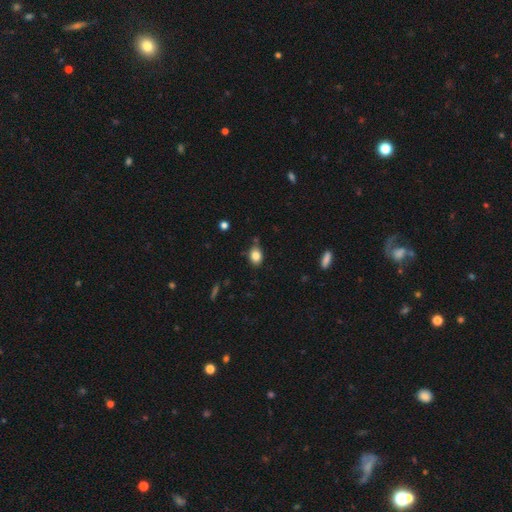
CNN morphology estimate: Smooth or featured?
  - smooth: 84% *
  - star or artifact: 10%
  - featured or disk: 7%
How rounded?
  - in between: 65% *
  - round: 33%
  - cigar-shaped: 1%
Merging?
  - none: 74% *
  - minor disturbance: 18%
  - merger: 4%
  - major disturbance: 3%